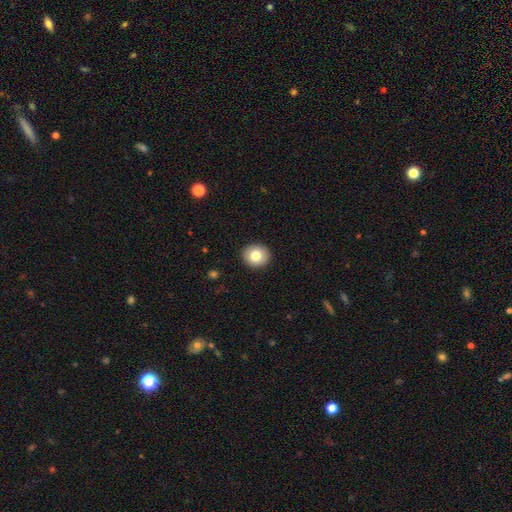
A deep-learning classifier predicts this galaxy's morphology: smooth 80%, featured or disk 11%, star or artifact 9%. Down the decision tree: how rounded — round (86%); merging — none (92%).